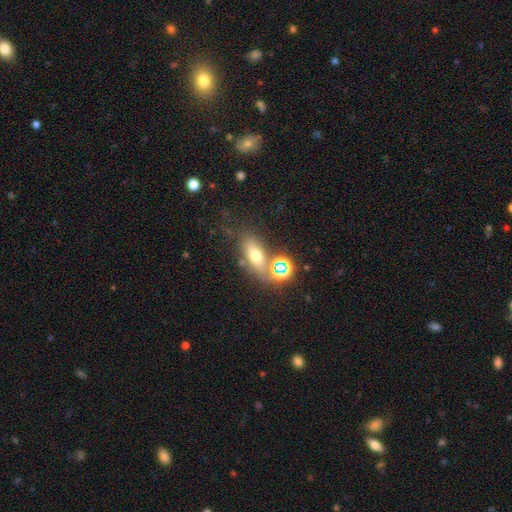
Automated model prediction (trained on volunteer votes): This is likely a smooth galaxy (60%). How rounded: likely in between (69%). Merging: likely none (64%).